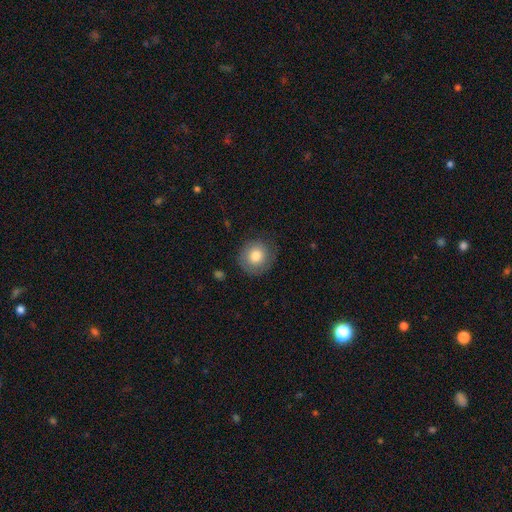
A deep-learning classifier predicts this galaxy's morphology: A smooth galaxy with no disk features (76%) that is round (91%). Merging: none (80%).